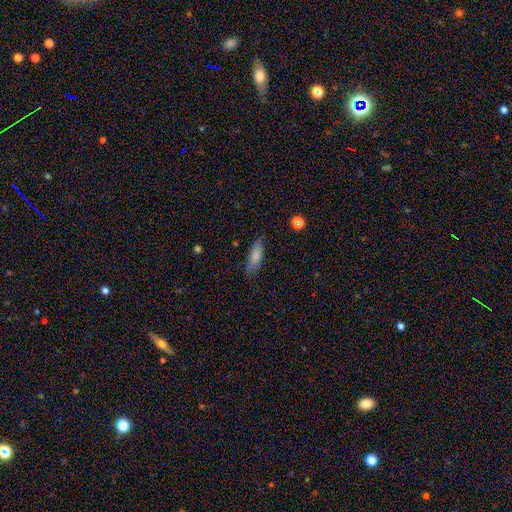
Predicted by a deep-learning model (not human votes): Overall: smooth (79%). How rounded: in between (64%; cigar-shaped 34%). Merging: none (73%).